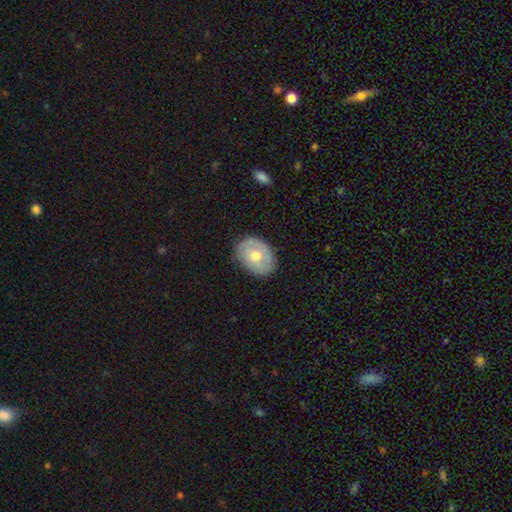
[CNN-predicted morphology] smooth-or-featured: smooth: 53% | featured or disk: 40% | star or artifact: 7%
  how-rounded: in between: 64% | round: 35% | cigar-shaped: 1%
  merging: none: 79% | minor disturbance: 16% | major disturbance: 4% | merger: 1%